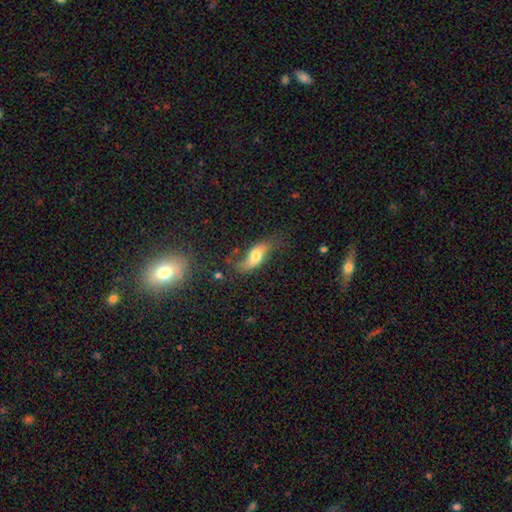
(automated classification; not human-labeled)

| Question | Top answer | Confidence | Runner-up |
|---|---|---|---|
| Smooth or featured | smooth | 56% | featured or disk (35%) |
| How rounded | in between | 77% | cigar-shaped (19%) |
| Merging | none | 57% | minor disturbance (27%) |